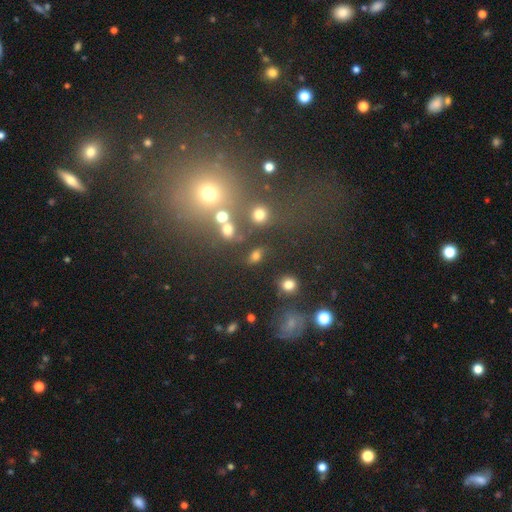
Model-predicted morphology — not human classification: type=smooth (68%); roundness=in between (70%); merging=none (69%).